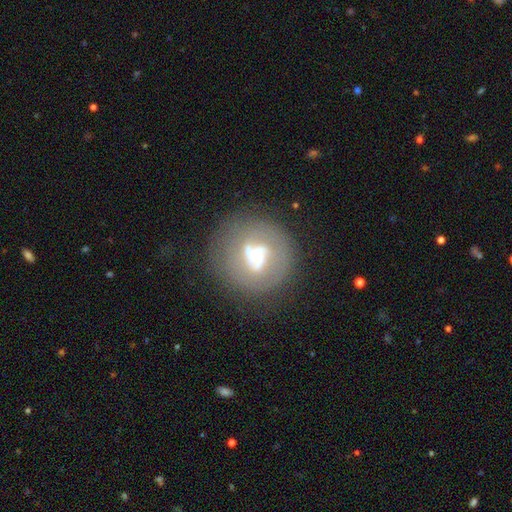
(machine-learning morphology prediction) smooth_or_featured: featured or disk (p=0.59) [alt: smooth p=0.31]
disk_edge_on: no (p=0.97) [alt: yes p=0.03]
bar: no (p=0.57) [alt: weak p=0.30]
has_spiral_arms: yes (p=0.54) [alt: no p=0.46]
bulge_size: small (p=0.41) [alt: moderate p=0.37]
merging: none (p=0.65) [alt: minor disturbance p=0.15]